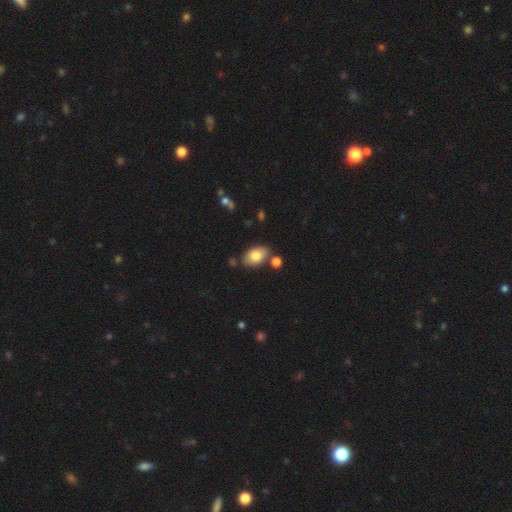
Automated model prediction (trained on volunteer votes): Smooth or featured: smooth — 81% (featured or disk — 12%)
How rounded: in between — 90% (round — 9%)
Merging: none — 75% (minor disturbance — 12%)